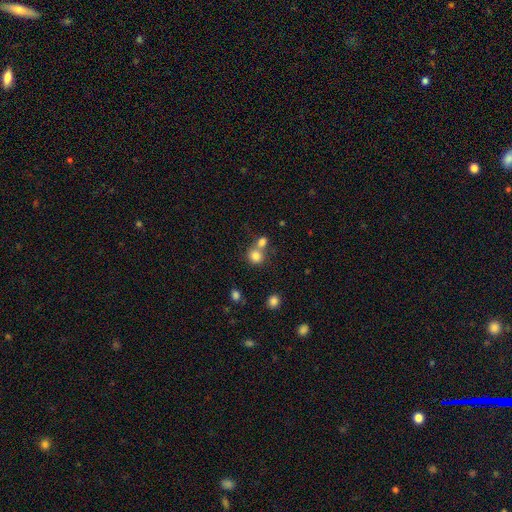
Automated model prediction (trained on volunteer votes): A smooth galaxy with no disk features (80%) that is round (79%).

Vote fractions:
- Smooth or featured? smooth: 80% / star or artifact: 12% / featured or disk: 8%
- How rounded? round: 79% / in between: 20% / cigar-shaped: 1%
- Merging? merger: 45% / none: 44% / minor disturbance: 7% / major disturbance: 4%